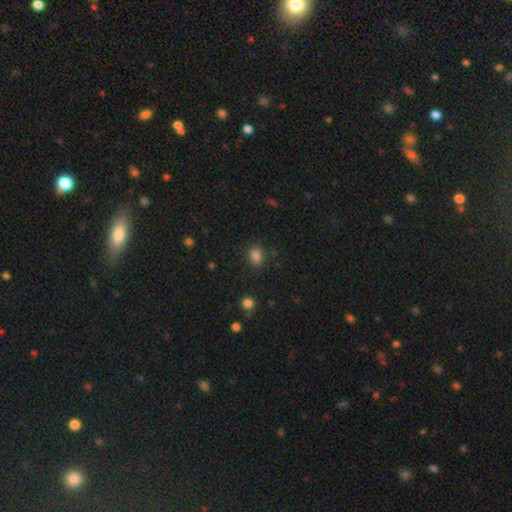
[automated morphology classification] smooth 83%, star or artifact 12%, featured or disk 5%. Down the decision tree: how rounded — in between (53%); merging — none (83%).